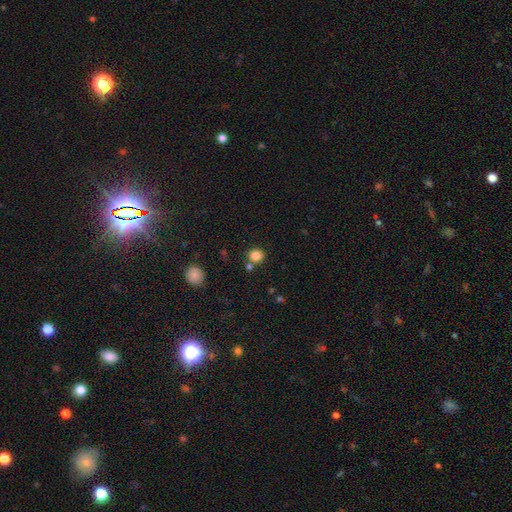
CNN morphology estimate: A smooth galaxy with no disk features (83%) that is round (88%). Merging: none (76%).